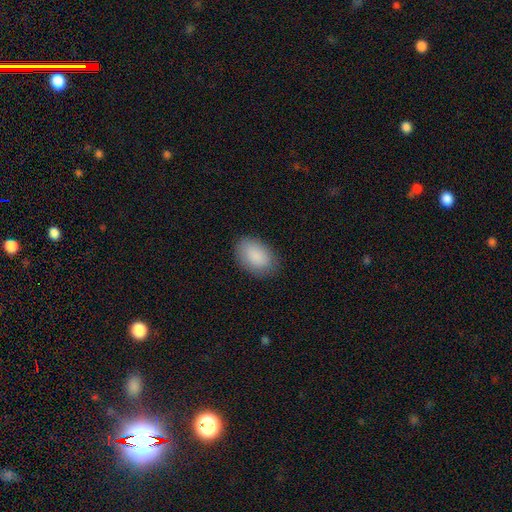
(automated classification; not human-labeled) Smooth or featured?
  - smooth: 89% *
  - star or artifact: 6%
  - featured or disk: 5%
How rounded?
  - in between: 90% *
  - round: 8%
  - cigar-shaped: 1%
Merging?
  - none: 84% *
  - minor disturbance: 12%
  - major disturbance: 3%
  - merger: 1%